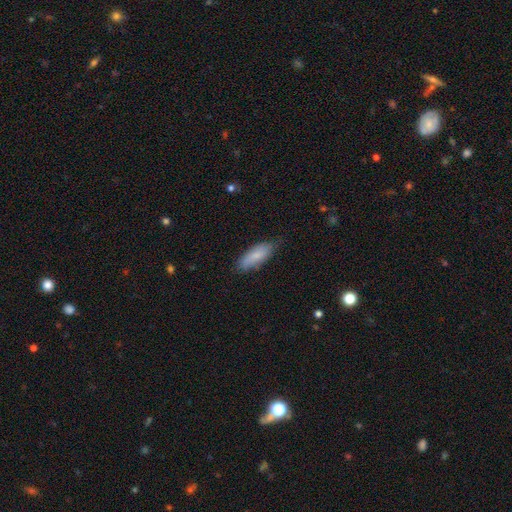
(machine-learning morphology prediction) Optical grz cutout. It shows a smooth galaxy with no disk features (80%) that is in between round and cigar-shaped (68%). Merging: none (73%).